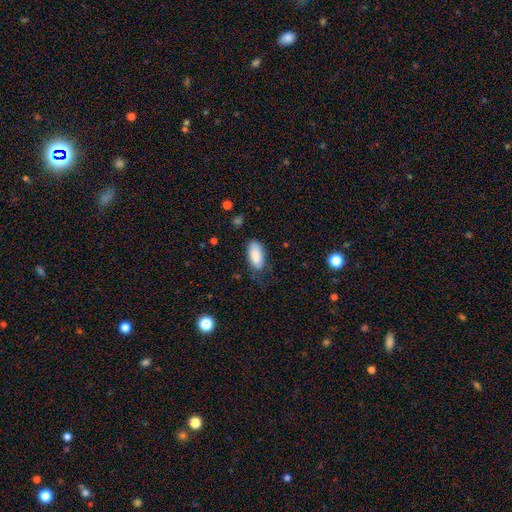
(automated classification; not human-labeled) A smooth galaxy with no disk features (86%) that is in between round and cigar-shaped (92%).

Vote fractions:
- Smooth or featured? smooth: 86% / featured or disk: 8% / star or artifact: 6%
- How rounded? in between: 92% / cigar-shaped: 6% / round: 2%
- Merging? none: 60% / minor disturbance: 28% / major disturbance: 10% / merger: 2%